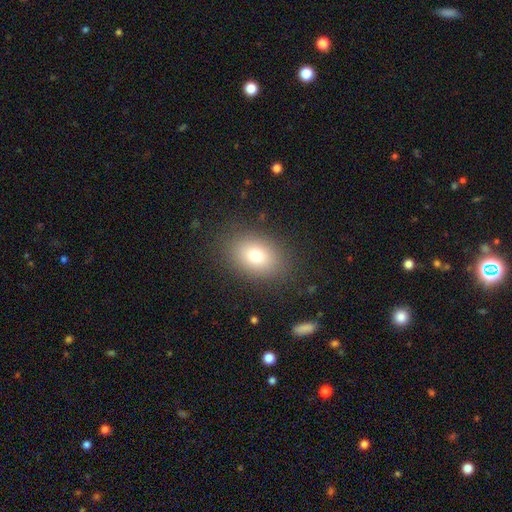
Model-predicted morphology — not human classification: Q: Smooth or featured?
A: smooth (76%); runner-up: featured or disk (12%)
Q: How rounded?
A: in between (73%); runner-up: round (26%)
Q: Merging?
A: none (86%); runner-up: minor disturbance (9%)